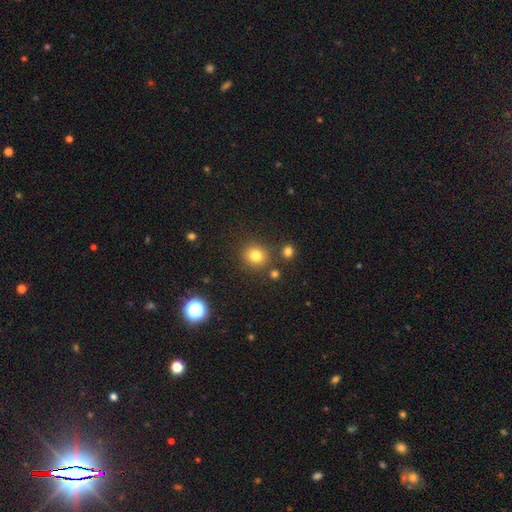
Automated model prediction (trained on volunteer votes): A smooth galaxy with no disk features (79%) that is round (84%). Merging: none (83%).